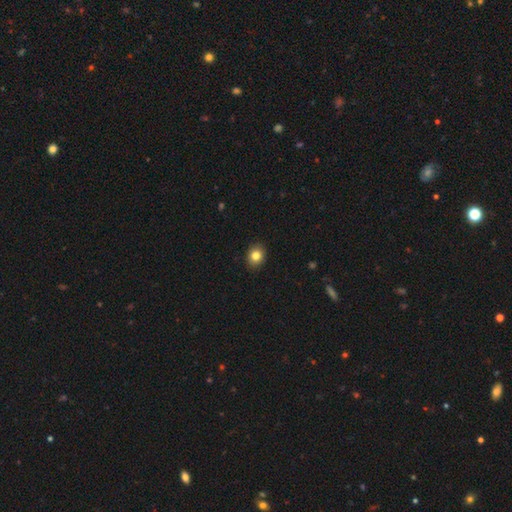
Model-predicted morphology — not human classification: This is clearly a smooth galaxy (83%). How rounded: possibly round (55%). Merging: clearly none (90%).